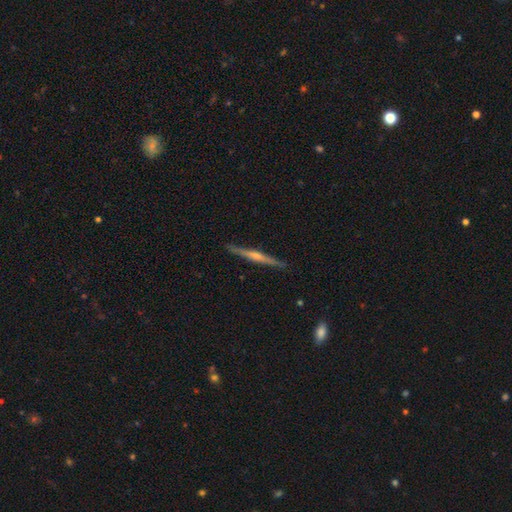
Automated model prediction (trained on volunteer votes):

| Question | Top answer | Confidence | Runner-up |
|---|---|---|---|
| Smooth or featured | featured or disk | 75% | smooth (19%) |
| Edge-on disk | yes | 98% | no (2%) |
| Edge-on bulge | rounded | 68% | none (19%) |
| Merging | none | 90% | minor disturbance (7%) |